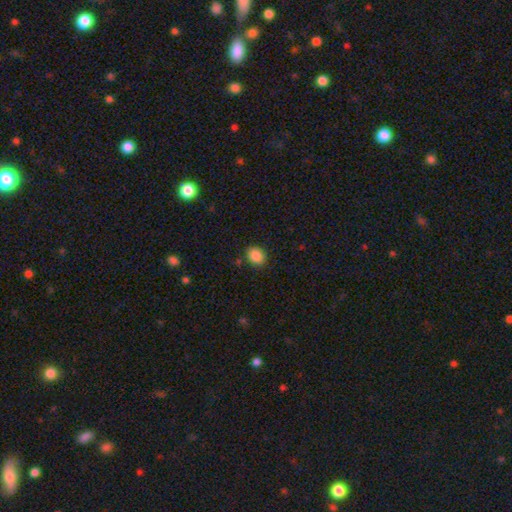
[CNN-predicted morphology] type=smooth (87%); roundness=round (53%); merging=none (86%).